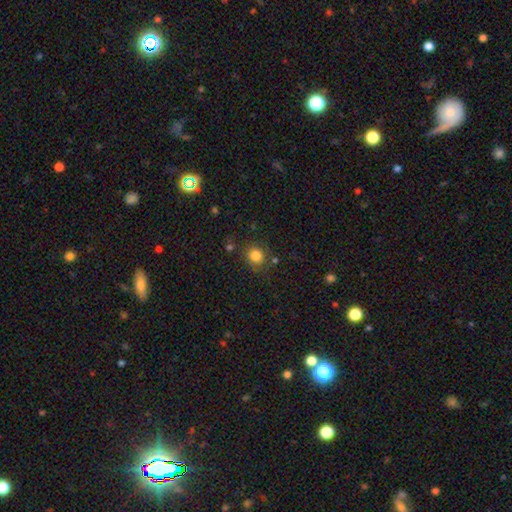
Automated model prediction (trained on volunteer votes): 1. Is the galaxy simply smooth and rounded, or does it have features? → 83% smooth, 12% star or artifact, 6% featured or disk.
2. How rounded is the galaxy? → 86% round, 13% in between, 1% cigar-shaped.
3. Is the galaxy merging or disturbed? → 80% none, 11% minor disturbance, 5% merger, 4% major disturbance.